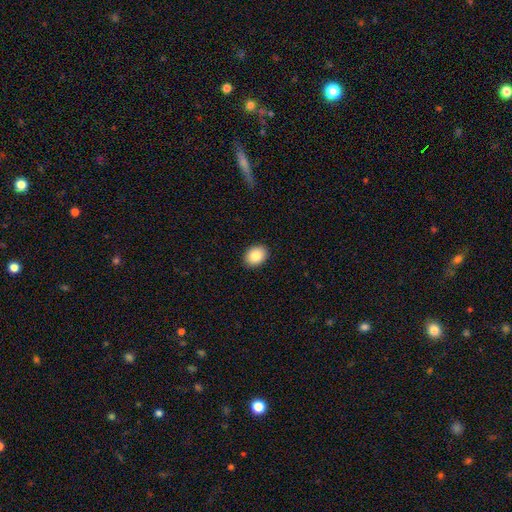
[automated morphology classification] The model was most divided on "how rounded": in between: 64%, round: 35%, cigar-shaped: 1%. More confident: merging — none (91%); smooth or featured — smooth (86%).